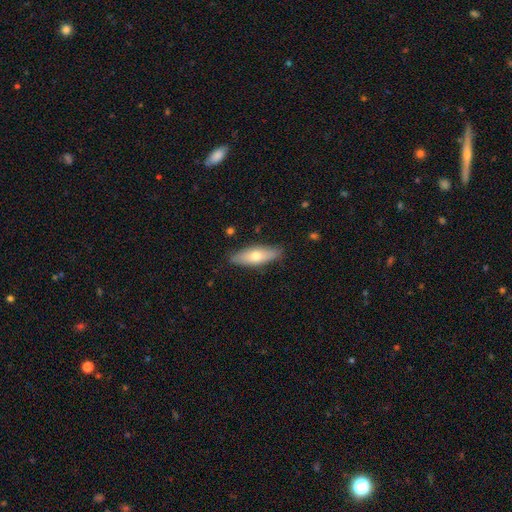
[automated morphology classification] The model was most divided on "how rounded": in between: 56%, cigar-shaped: 42%, round: 2%. More confident: merging — none (85%); smooth or featured — smooth (62%).